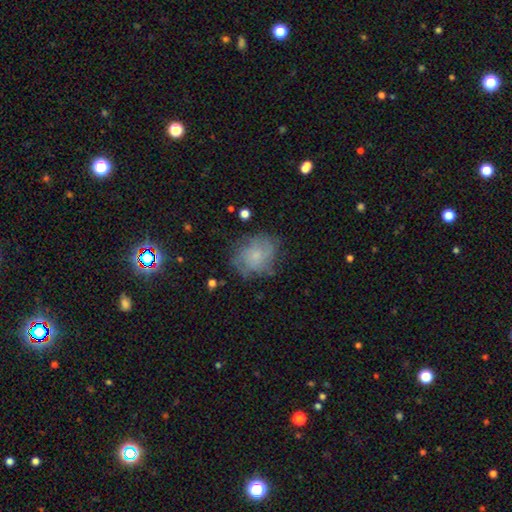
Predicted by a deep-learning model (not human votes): Smooth or featured? Predicted: smooth (p=0.47). Merging? Predicted: none (p=0.65).